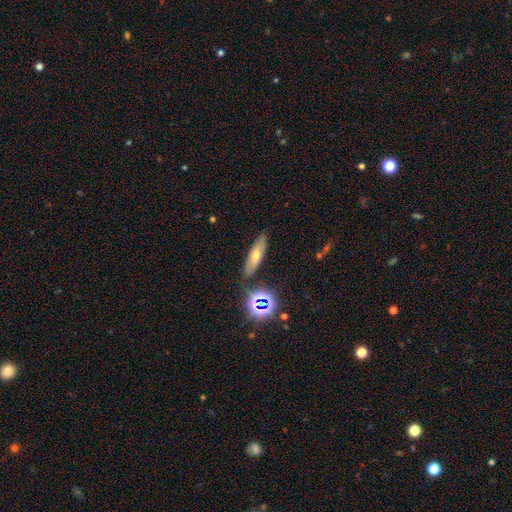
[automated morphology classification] This is possibly a smooth galaxy (50%). Merging: clearly none (83%).